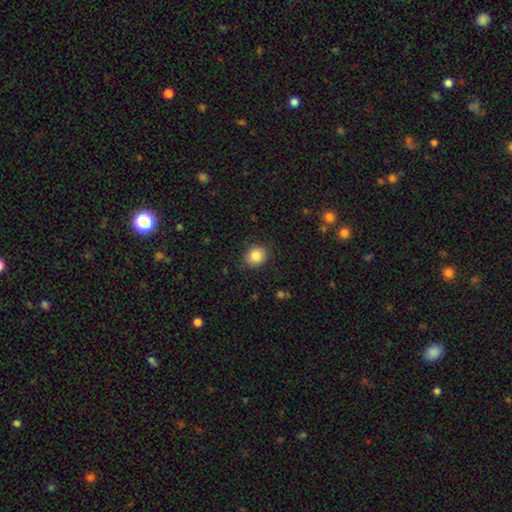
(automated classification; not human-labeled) This is clearly a smooth galaxy (86%). How rounded: likely round (70%). Merging: clearly none (86%).